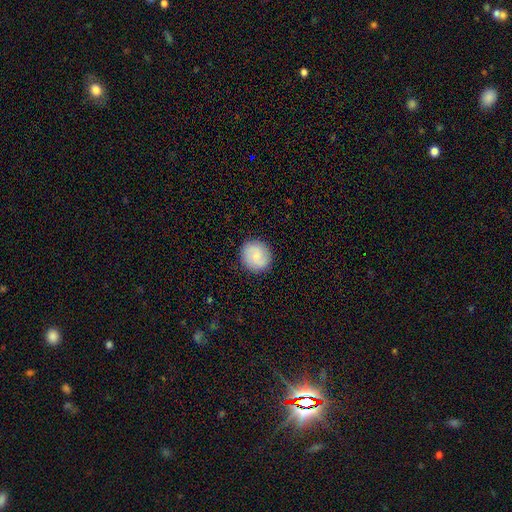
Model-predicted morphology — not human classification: smooth 74%, featured or disk 19%, star or artifact 7%. Down the decision tree: how rounded — round (88%); merging — none (89%).